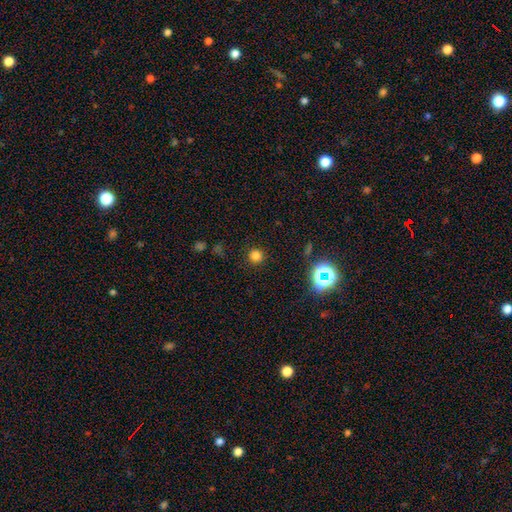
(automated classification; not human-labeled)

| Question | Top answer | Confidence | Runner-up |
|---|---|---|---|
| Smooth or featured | smooth | 77% | star or artifact (18%) |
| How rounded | round | 94% | in between (5%) |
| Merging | none | 90% | minor disturbance (6%) |